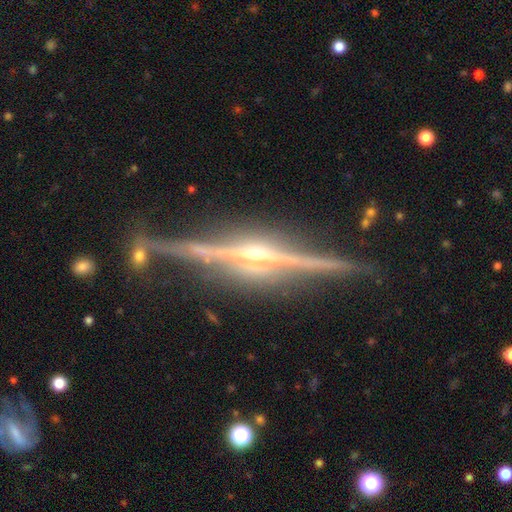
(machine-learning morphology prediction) Smooth or featured?
  - featured or disk: 91% *
  - star or artifact: 6%
  - smooth: 4%
Edge-on disk?
  - yes: 98% *
  - no: 2%
Edge-on bulge?
  - rounded: 84% *
  - none: 9%
  - boxy: 7%
Merging?
  - none: 83% *
  - minor disturbance: 11%
  - merger: 3%
  - major disturbance: 3%